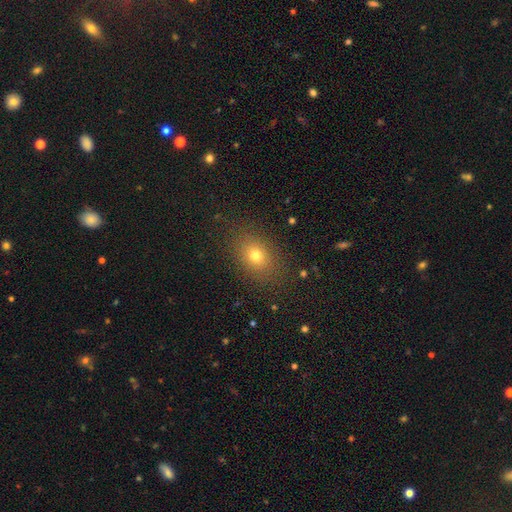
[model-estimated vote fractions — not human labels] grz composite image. It shows a smooth galaxy with no disk features (73%) that is in between round and cigar-shaped (65%). Merging: none (83%).